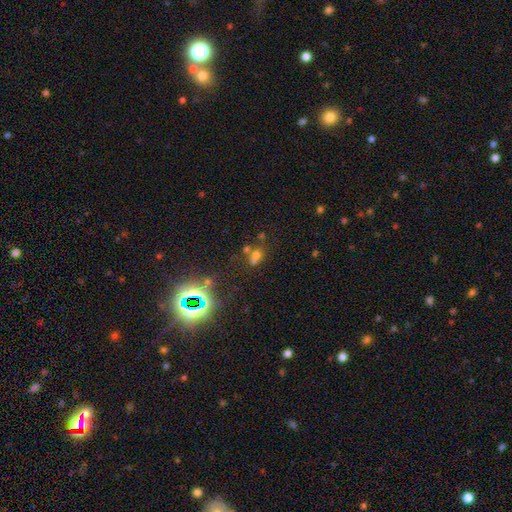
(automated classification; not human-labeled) This is possibly a smooth galaxy (49%). Merging: marginally none (43%).